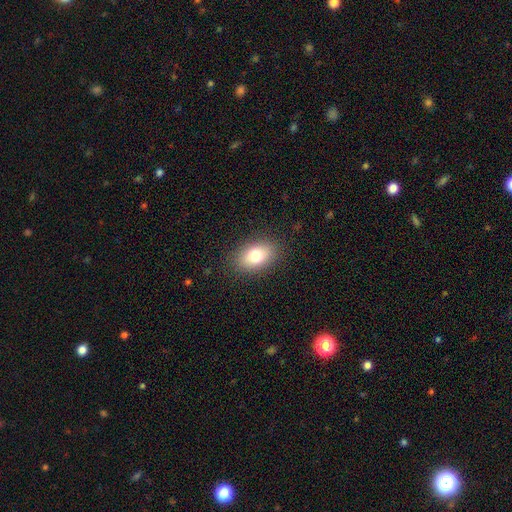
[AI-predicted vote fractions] A smooth galaxy with no disk features (78%) that is in between round and cigar-shaped (87%).

Vote fractions:
- Smooth or featured? smooth: 78% / featured or disk: 13% / star or artifact: 9%
- How rounded? in between: 87% / round: 11% / cigar-shaped: 2%
- Merging? none: 87% / minor disturbance: 9% / major disturbance: 3% / merger: 1%